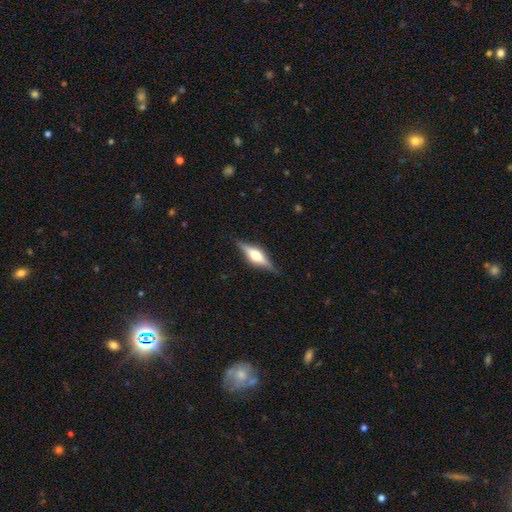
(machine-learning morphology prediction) Smooth or featured: featured or disk — 71% (smooth — 23%)
Edge-on disk: yes — 96% (no — 4%)
Edge-on bulge: rounded — 91% (boxy — 7%)
Merging: none — 86% (minor disturbance — 10%)